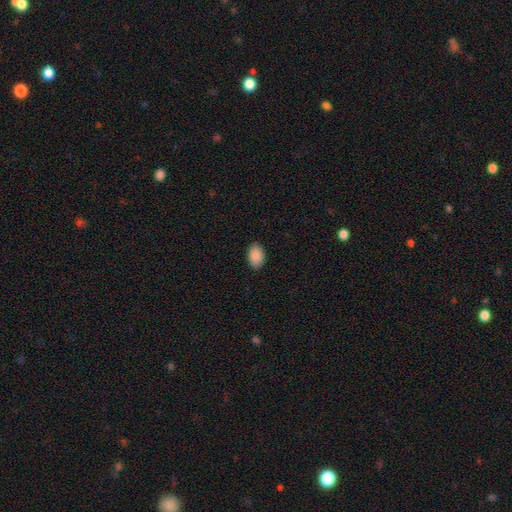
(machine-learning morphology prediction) Overall: smooth (90%). How rounded: in between (89%). Merging: none (89%).